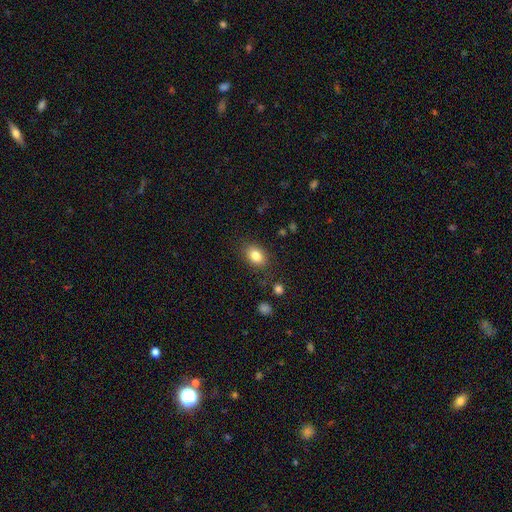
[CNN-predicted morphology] Smooth or featured?
  - smooth: 84% *
  - star or artifact: 9%
  - featured or disk: 7%
How rounded?
  - in between: 76% *
  - round: 22%
  - cigar-shaped: 1%
Merging?
  - none: 83% *
  - minor disturbance: 12%
  - major disturbance: 4%
  - merger: 2%